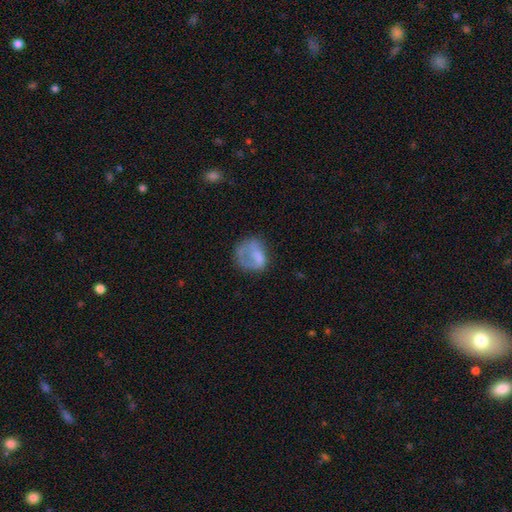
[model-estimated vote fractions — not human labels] This appears to be a smooth galaxy with no disk features (58%) that is round (66%). Merging: none (38%).